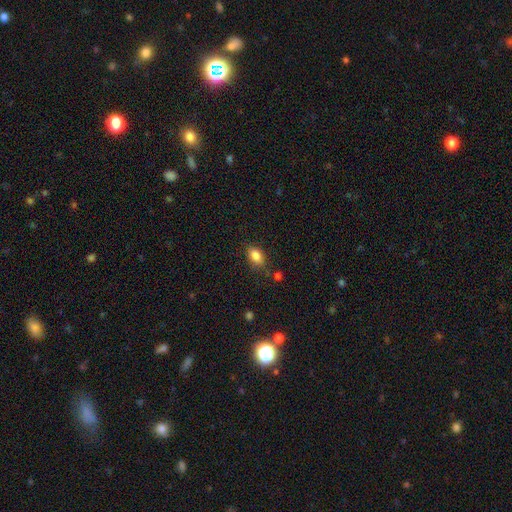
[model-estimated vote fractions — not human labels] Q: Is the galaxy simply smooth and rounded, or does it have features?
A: smooth — 85%.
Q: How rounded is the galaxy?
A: in between — 86%.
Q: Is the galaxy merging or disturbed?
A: none — 77%.